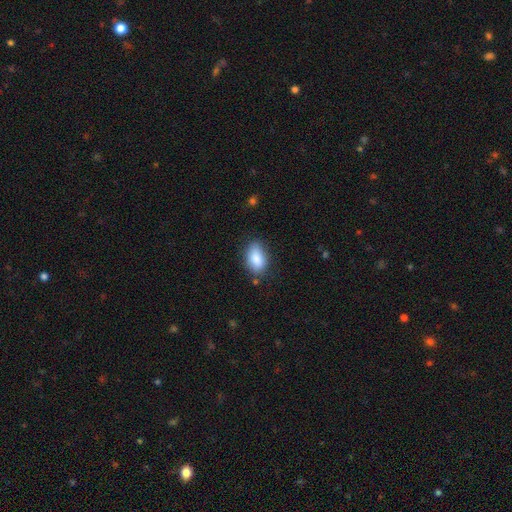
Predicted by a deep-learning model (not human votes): This is clearly a smooth galaxy (86%). How rounded: clearly in between (90%). Merging: likely none (75%).